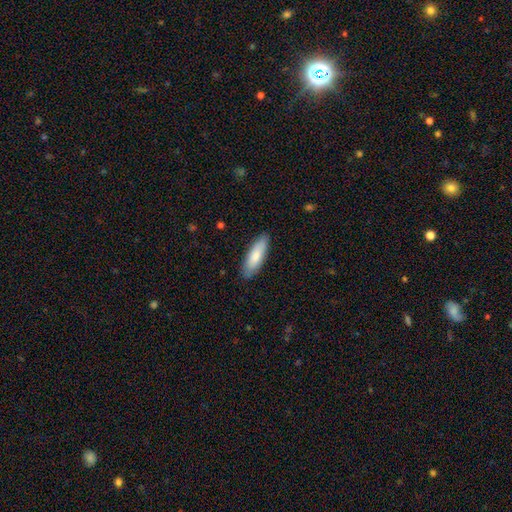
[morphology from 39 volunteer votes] smooth 79%, featured or disk 13%, star or artifact 8%. Down the decision tree: how rounded — in between (55%); merging — none (81%).